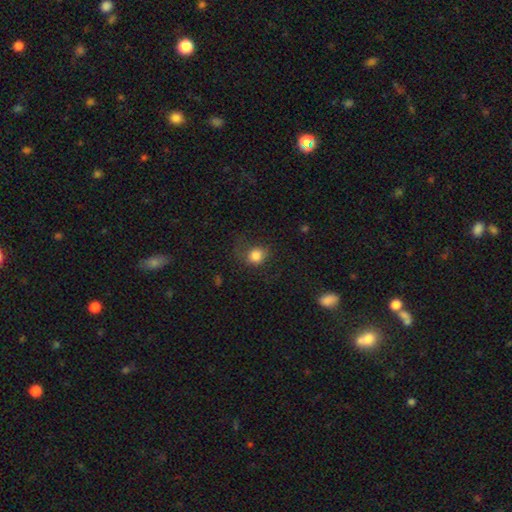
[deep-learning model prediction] Smooth or featured?
  - smooth: 81% *
  - star or artifact: 10%
  - featured or disk: 9%
How rounded?
  - round: 78% *
  - in between: 21%
  - cigar-shaped: 1%
Merging?
  - none: 63% *
  - minor disturbance: 19%
  - major disturbance: 17%
  - merger: 2%